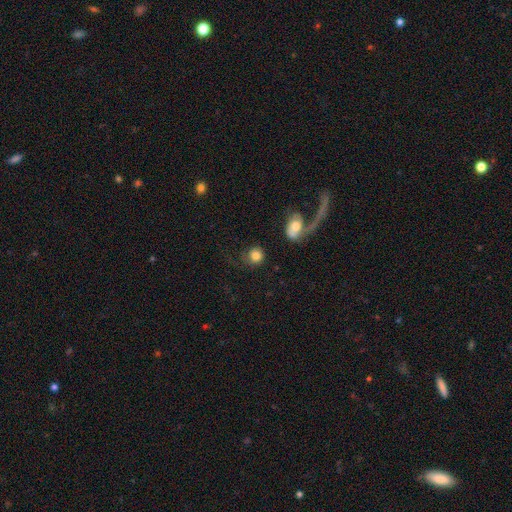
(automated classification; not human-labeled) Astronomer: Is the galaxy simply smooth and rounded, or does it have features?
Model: smooth — 76%.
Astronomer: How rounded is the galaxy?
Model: round — 83%.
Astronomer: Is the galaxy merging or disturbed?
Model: none — 53%.